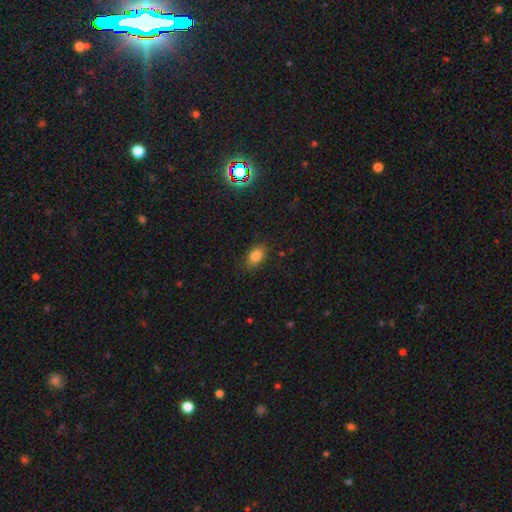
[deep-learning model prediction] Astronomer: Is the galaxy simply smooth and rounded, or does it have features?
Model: smooth — 81%.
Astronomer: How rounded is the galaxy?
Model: in between — 84%.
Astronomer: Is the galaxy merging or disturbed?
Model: none — 84%.